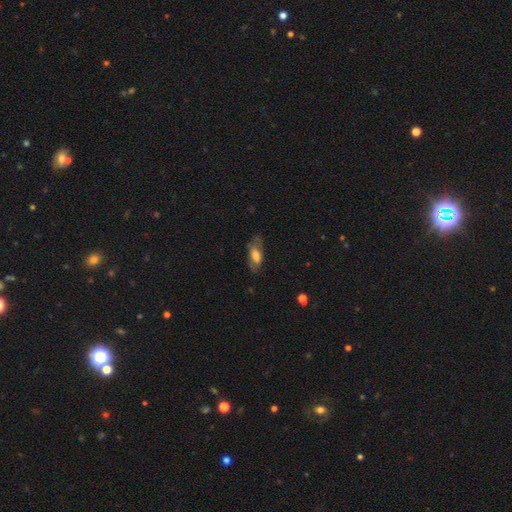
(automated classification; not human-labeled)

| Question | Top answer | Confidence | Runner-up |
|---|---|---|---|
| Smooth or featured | smooth | 54% | featured or disk (38%) |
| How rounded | in between | 77% | cigar-shaped (19%) |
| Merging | none | 65% | minor disturbance (22%) |